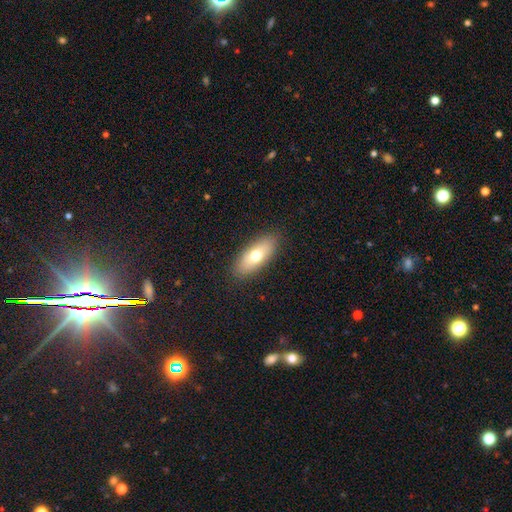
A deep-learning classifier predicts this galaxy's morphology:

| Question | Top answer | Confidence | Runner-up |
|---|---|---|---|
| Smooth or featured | smooth | 67% | featured or disk (25%) |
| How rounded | in between | 76% | cigar-shaped (20%) |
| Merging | none | 87% | minor disturbance (9%) |